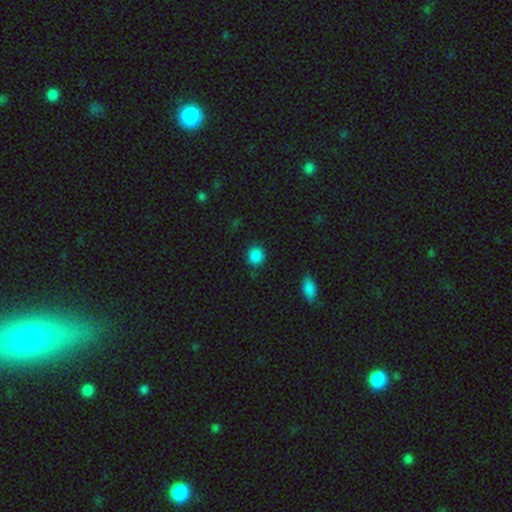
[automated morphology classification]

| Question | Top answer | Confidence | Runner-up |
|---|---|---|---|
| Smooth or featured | smooth | 86% | star or artifact (10%) |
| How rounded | round | 84% | in between (15%) |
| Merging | none | 85% | minor disturbance (10%) |